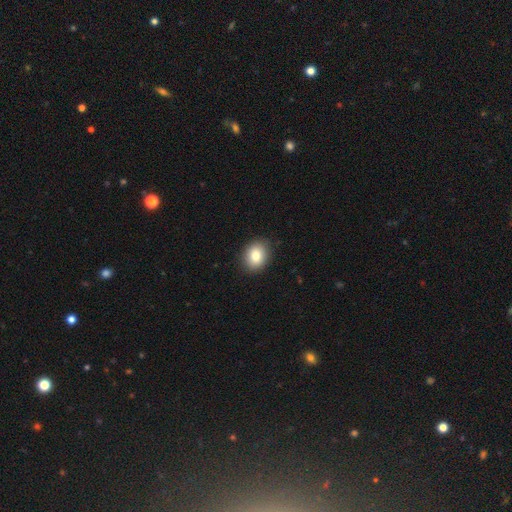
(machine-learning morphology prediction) A smooth galaxy with no disk features (84%) that is in between round and cigar-shaped (53%).

Vote fractions:
- Smooth or featured? smooth: 84% / star or artifact: 9% / featured or disk: 8%
- How rounded? in between: 53% / round: 46% / cigar-shaped: 1%
- Merging? none: 88% / minor disturbance: 9% / major disturbance: 2% / merger: 1%